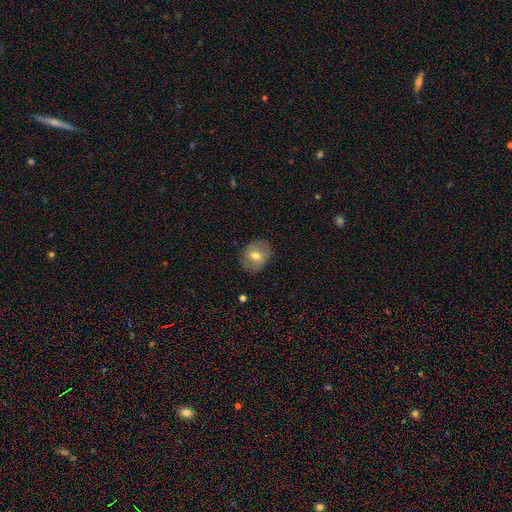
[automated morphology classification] This is possibly a smooth galaxy (58%). How rounded: possibly round (59%). Merging: clearly none (82%).